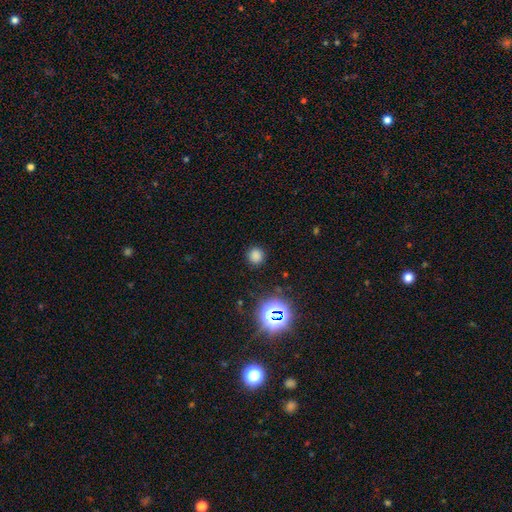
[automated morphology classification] Smooth or featured: smooth — 75% (star or artifact — 20%)
How rounded: round — 92% (in between — 7%)
Merging: none — 88% (minor disturbance — 7%)